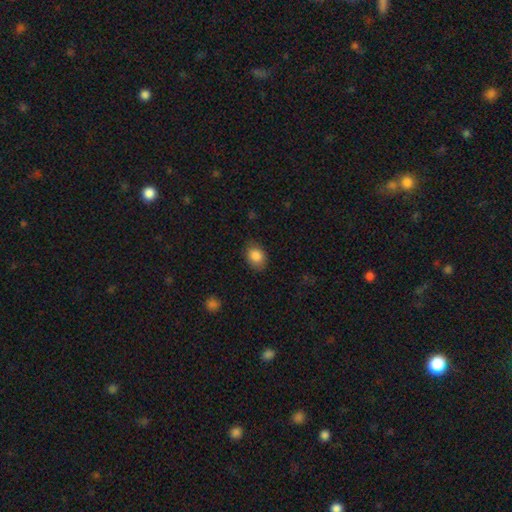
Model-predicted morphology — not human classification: smooth 86%, star or artifact 9%, featured or disk 5%. Down the decision tree: how rounded — in between (61%); merging — none (80%).